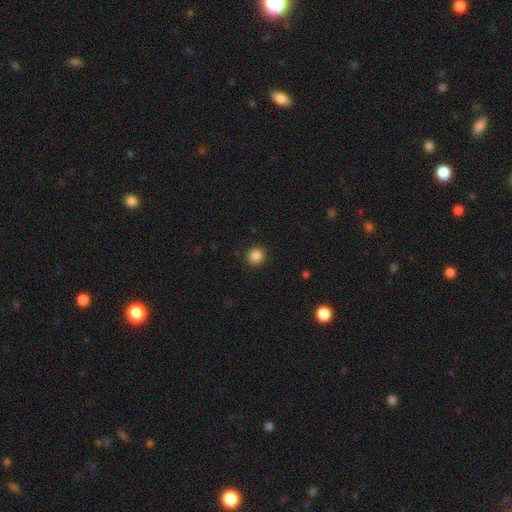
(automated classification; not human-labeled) This appears to be a smooth galaxy with no disk features (86%) that is round (90%). Merging: none (91%).